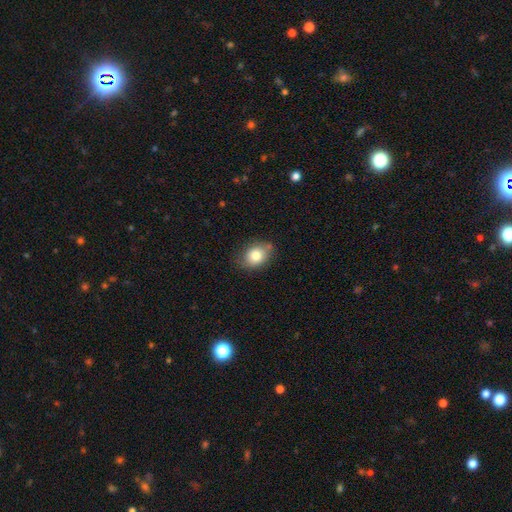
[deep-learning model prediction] Morphology: type=smooth (79%); roundness=in between (57%); merging=none (75%).